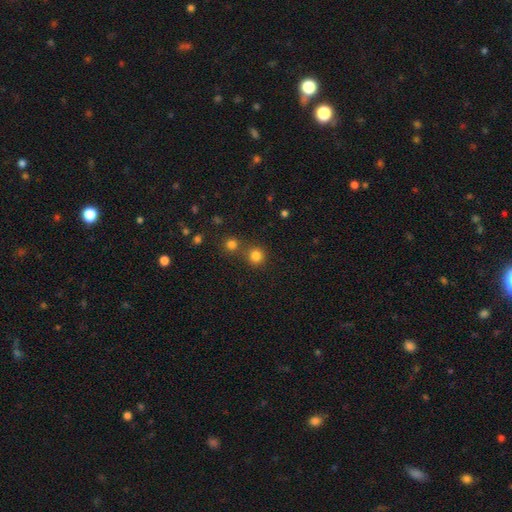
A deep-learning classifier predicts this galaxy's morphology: A smooth galaxy with no disk features (80%) that is round (91%).

Vote fractions:
- Smooth or featured? smooth: 80% / star or artifact: 15% / featured or disk: 5%
- How rounded? round: 91% / in between: 8% / cigar-shaped: 1%
- Merging? none: 72% / merger: 19% / minor disturbance: 7% / major disturbance: 3%